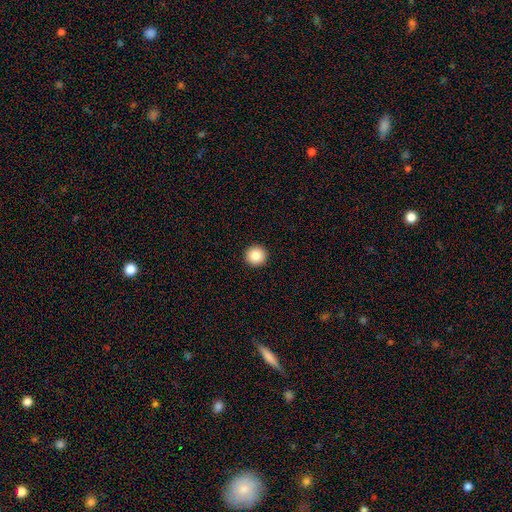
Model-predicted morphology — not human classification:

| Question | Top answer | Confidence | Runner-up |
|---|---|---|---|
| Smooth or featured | smooth | 87% | star or artifact (9%) |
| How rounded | round | 96% | in between (3%) |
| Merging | none | 94% | minor disturbance (4%) |